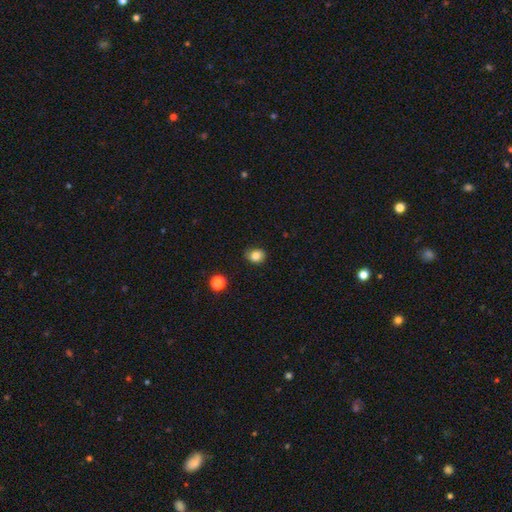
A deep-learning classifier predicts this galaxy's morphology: Q: Smooth or featured?
A: smooth (82%); runner-up: star or artifact (11%)
Q: How rounded?
A: round (62%); runner-up: in between (37%)
Q: Merging?
A: none (81%); runner-up: minor disturbance (15%)